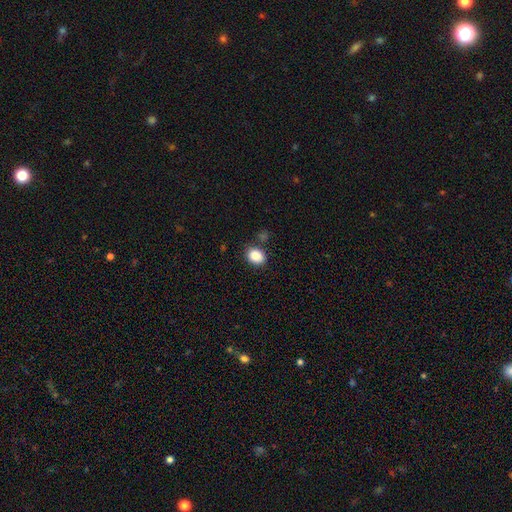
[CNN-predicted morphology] The model was most divided on "how rounded": in between: 53%, round: 46%, cigar-shaped: 1%. More confident: smooth or featured — smooth (87%); merging — none (78%).